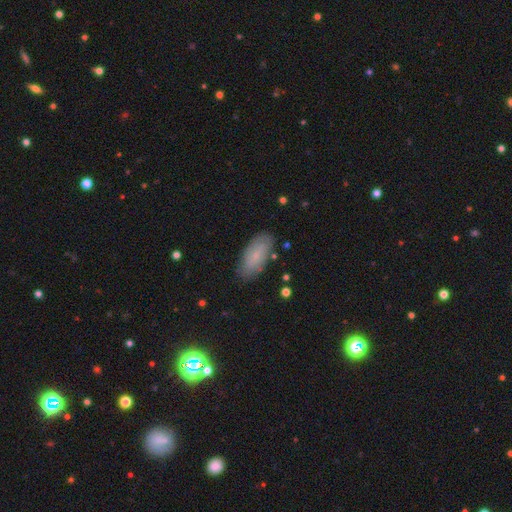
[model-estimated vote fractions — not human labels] smooth 71%, featured or disk 21%, star or artifact 8%. Down the decision tree: how rounded — in between (87%); merging — none (82%).